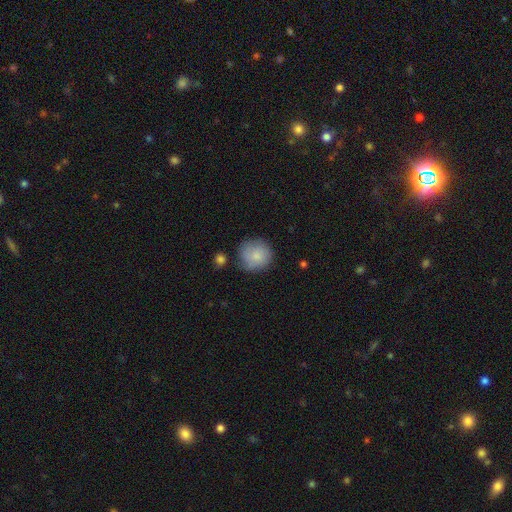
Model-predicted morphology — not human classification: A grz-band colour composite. It shows a smooth galaxy with no disk features (80%) that is round (92%). Merging: none (74%).